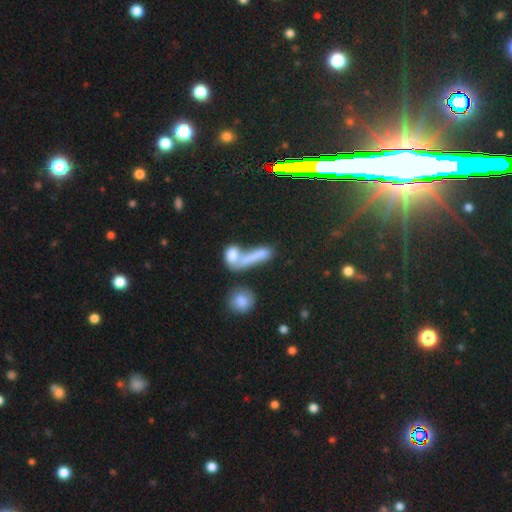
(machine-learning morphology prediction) Smooth or featured?
  - smooth: 71% *
  - featured or disk: 17%
  - star or artifact: 11%
How rounded?
  - cigar-shaped: 49% *
  - in between: 38%
  - round: 12%
Merging?
  - merger: 48% *
  - none: 31%
  - minor disturbance: 11%
  - major disturbance: 10%